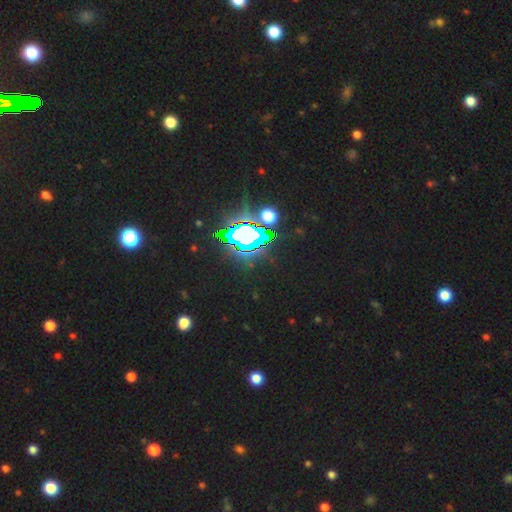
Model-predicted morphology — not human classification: type=star or artifact (85%).